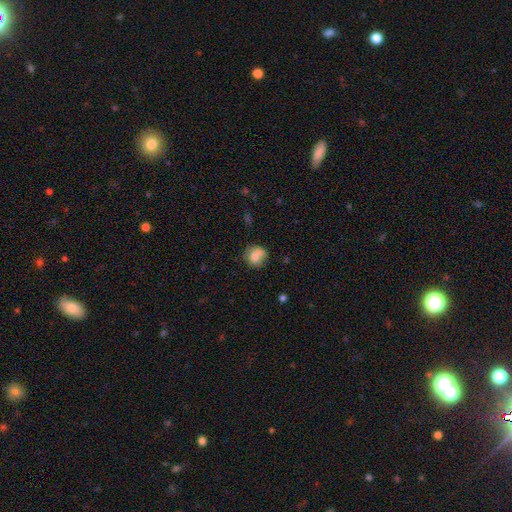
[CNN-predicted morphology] Smooth or featured? Predicted: smooth (p=0.72). How rounded? Predicted: round (p=0.83). Merging? Predicted: none (p=0.51).